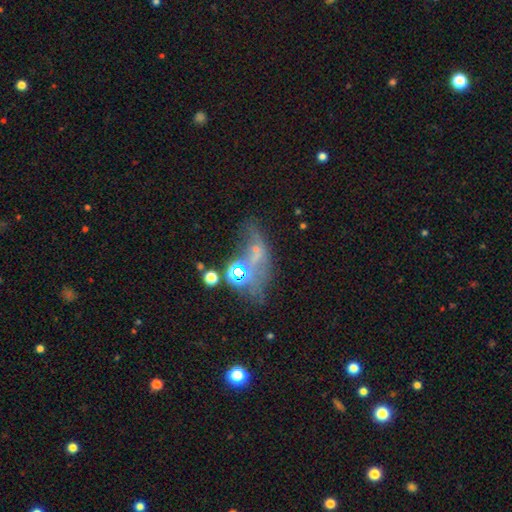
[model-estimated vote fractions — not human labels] featured or disk 34%, smooth 33%, star or artifact 33%. Down the decision tree: merging — major disturbance (34%).